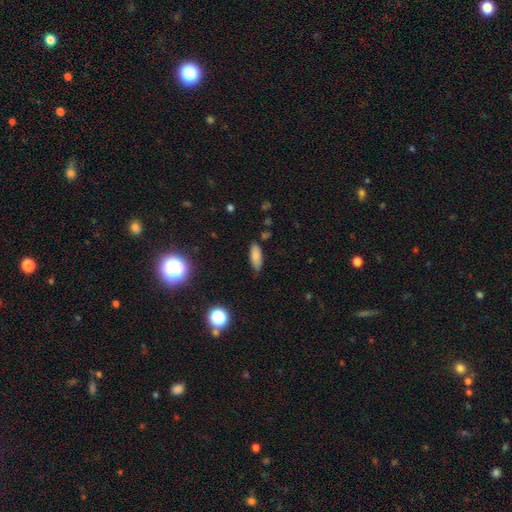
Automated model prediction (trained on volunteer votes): Smooth or featured?
  - smooth: 81% *
  - star or artifact: 10%
  - featured or disk: 9%
How rounded?
  - in between: 70% *
  - cigar-shaped: 28%
  - round: 2%
Merging?
  - none: 77% *
  - minor disturbance: 18%
  - major disturbance: 3%
  - merger: 2%